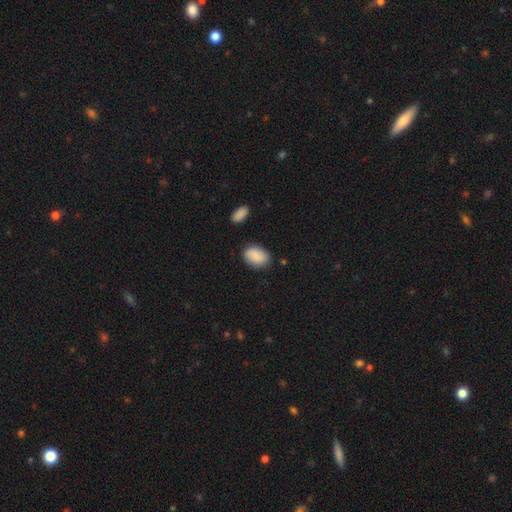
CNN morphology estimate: smooth 87%, star or artifact 7%, featured or disk 6%. Down the decision tree: how rounded — in between (83%); merging — none (80%).